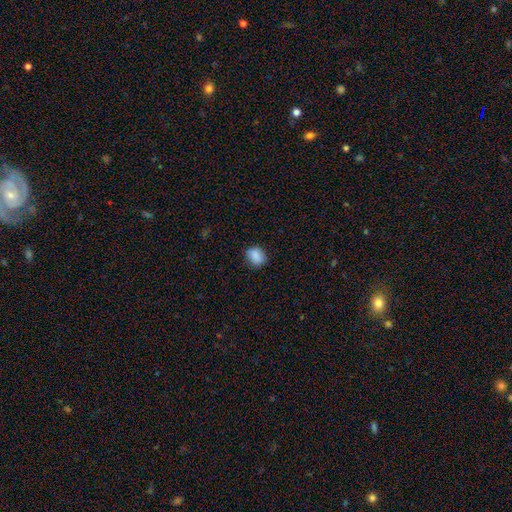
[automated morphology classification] Overall: smooth (88%). How rounded: in between (52%; round 47%). Merging: none (81%).